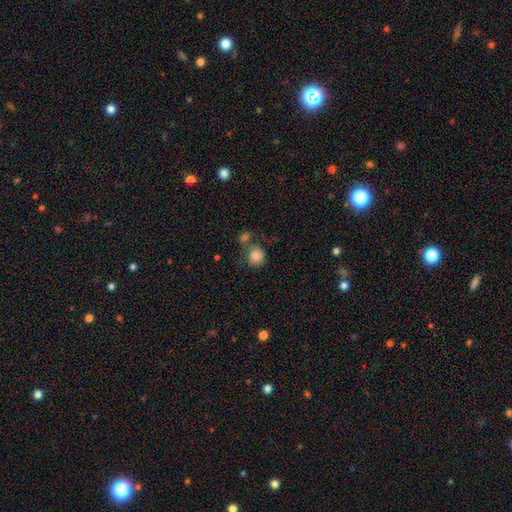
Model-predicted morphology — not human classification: type=smooth (82%); roundness=round (82%); merging=none (49%).